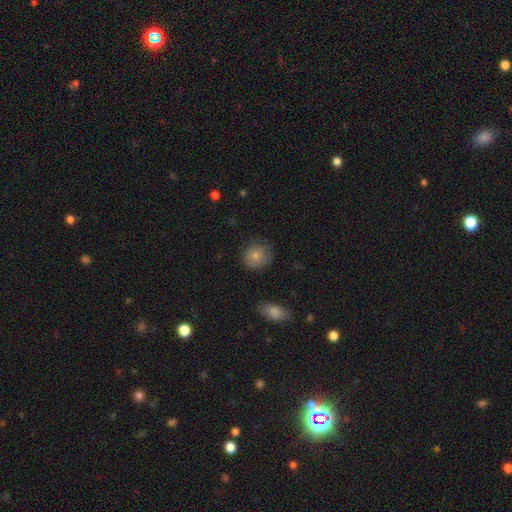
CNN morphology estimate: smooth-or-featured: smooth: 78% | featured or disk: 14% | star or artifact: 8%
  how-rounded: round: 81% | in between: 18% | cigar-shaped: 1%
  merging: none: 76% | minor disturbance: 18% | major disturbance: 4% | merger: 1%